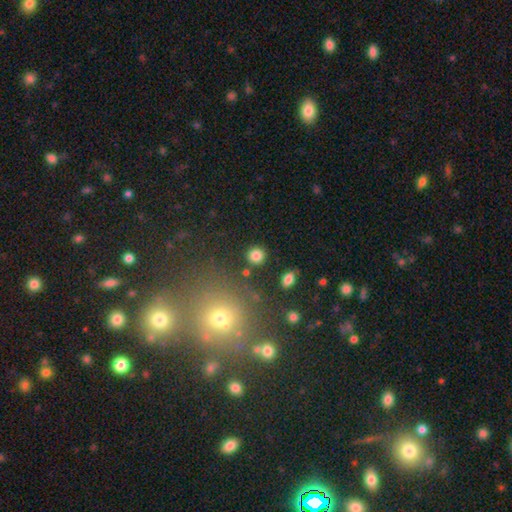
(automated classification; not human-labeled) Q: Smooth or featured?
A: smooth (83%); runner-up: star or artifact (11%)
Q: How rounded?
A: round (91%); runner-up: in between (8%)
Q: Merging?
A: none (88%); runner-up: minor disturbance (6%)